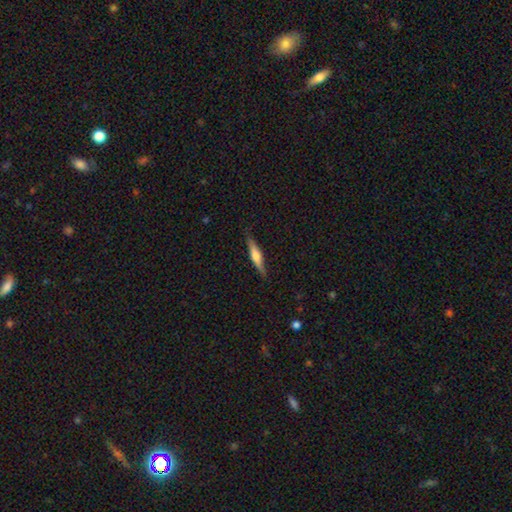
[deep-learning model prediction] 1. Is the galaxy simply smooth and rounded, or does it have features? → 51% featured or disk, 43% smooth, 6% star or artifact.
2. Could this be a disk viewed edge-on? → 96% yes, 4% no.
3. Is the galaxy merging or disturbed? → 87% none, 10% minor disturbance, 2% major disturbance, 1% merger.